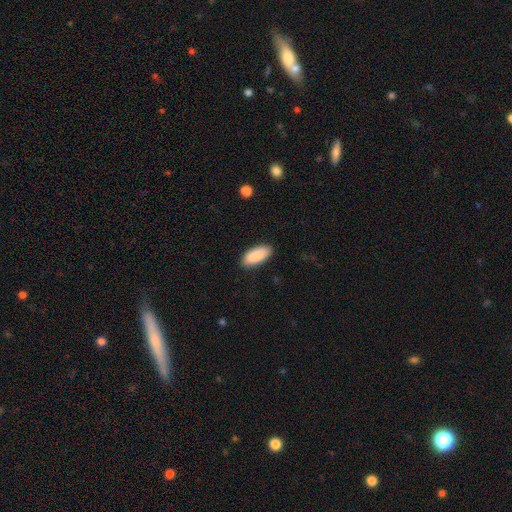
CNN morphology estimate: Smooth or featured? smooth (90%)
How rounded? in between (90%)
Merging? none (87%)